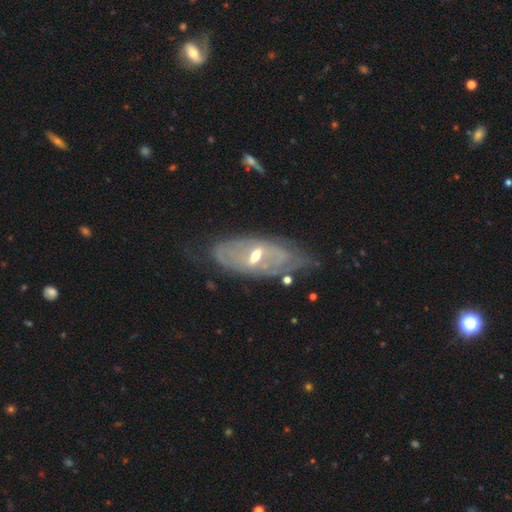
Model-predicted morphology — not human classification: Smooth or featured?
  - featured or disk: 74% *
  - smooth: 20%
  - star or artifact: 7%
Edge-on disk?
  - no: 82% *
  - yes: 18%
Bar?
  - weak: 43% *
  - strong: 36%
  - no: 20%
Spiral arms?
  - no: 53% *
  - yes: 47%
Bulge size?
  - moderate: 65% *
  - small: 27%
  - large: 6%
  - none: 1%
  - dominant: 1%
Merging?
  - none: 59% *
  - minor disturbance: 22%
  - major disturbance: 14%
  - merger: 5%